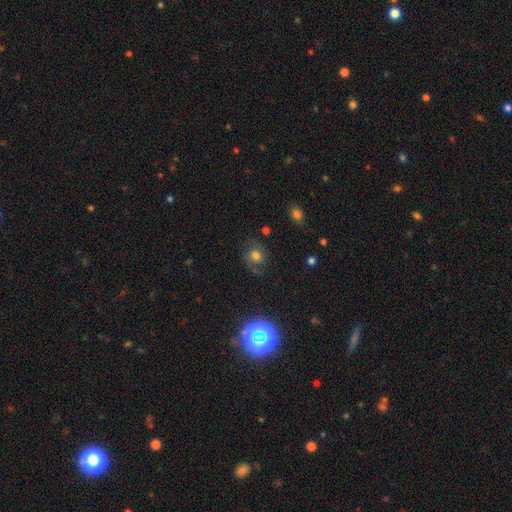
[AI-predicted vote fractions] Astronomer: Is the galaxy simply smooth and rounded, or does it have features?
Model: smooth — 43% (runner-up: featured or disk, 37%).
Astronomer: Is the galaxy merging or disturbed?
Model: none — 72%.